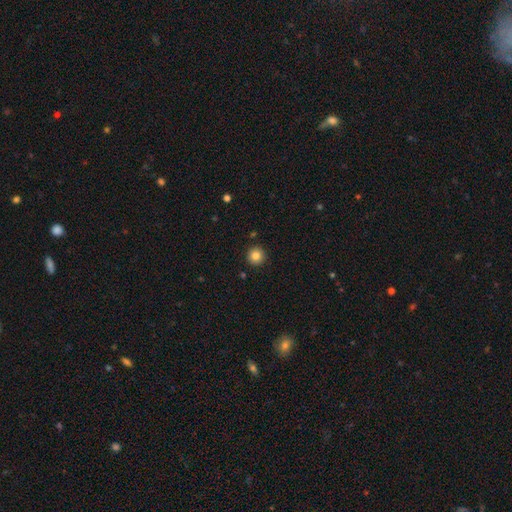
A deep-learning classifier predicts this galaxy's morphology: smooth 85%, star or artifact 10%, featured or disk 5%. Down the decision tree: how rounded — round (95%); merging — none (91%).